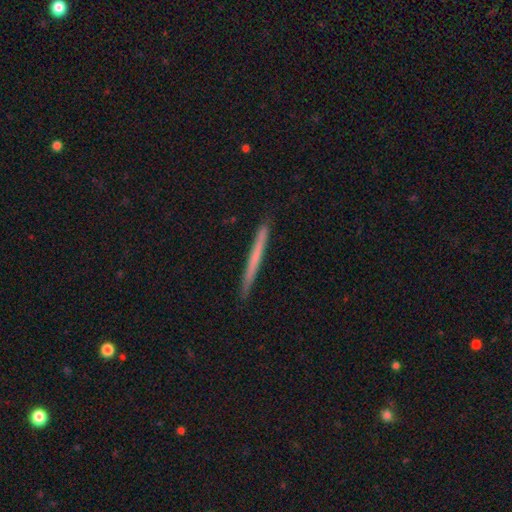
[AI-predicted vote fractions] Smooth or featured?
  - smooth: 54% *
  - featured or disk: 40%
  - star or artifact: 5%
How rounded?
  - cigar-shaped: 97% *
  - in between: 1%
  - round: 1%
Merging?
  - none: 92% *
  - minor disturbance: 6%
  - major disturbance: 1%
  - merger: 1%